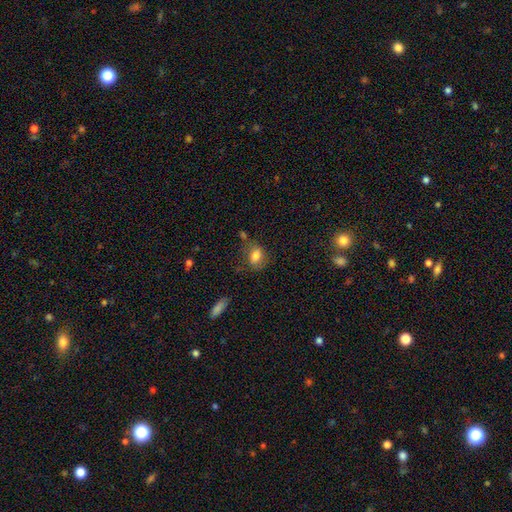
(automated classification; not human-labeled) Smooth or featured?
  - smooth: 77% *
  - featured or disk: 14%
  - star or artifact: 10%
How rounded?
  - in between: 69% *
  - round: 29%
  - cigar-shaped: 2%
Merging?
  - none: 62% *
  - minor disturbance: 22%
  - major disturbance: 10%
  - merger: 6%